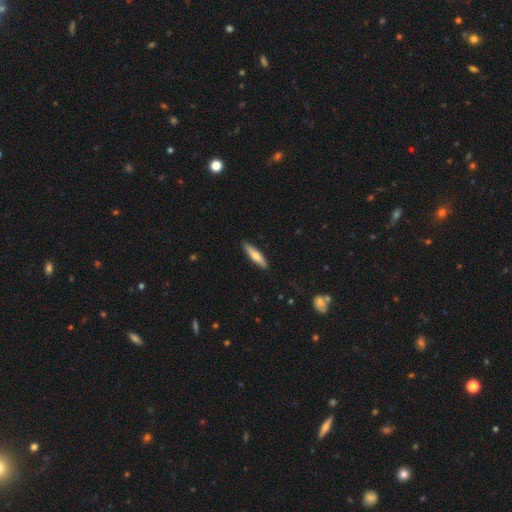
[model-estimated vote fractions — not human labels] This is likely a smooth galaxy (62%). How rounded: clearly cigar-shaped (81%). Merging: clearly none (89%).